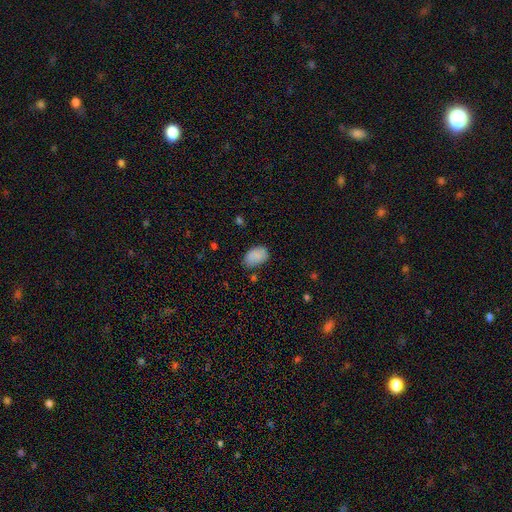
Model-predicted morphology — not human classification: smooth_or_featured: smooth (p=0.87) [alt: star or artifact p=0.08]
how_rounded: in between (p=0.88) [alt: round p=0.11]
merging: none (p=0.72) [alt: minor disturbance p=0.21]